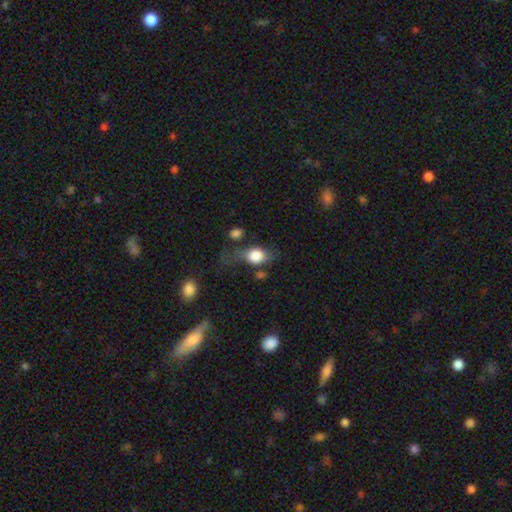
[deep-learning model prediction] A smooth galaxy with no disk features (75%) that is in between round and cigar-shaped (63%). Merging: none (39%).